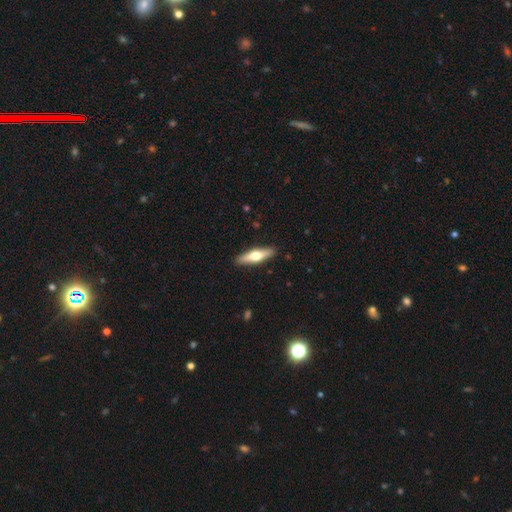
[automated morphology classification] smooth_or_featured: featured or disk (p=0.52) [alt: smooth p=0.43]
disk_edge_on: yes (p=0.94) [alt: no p=0.06]
merging: none (p=0.91) [alt: minor disturbance p=0.06]